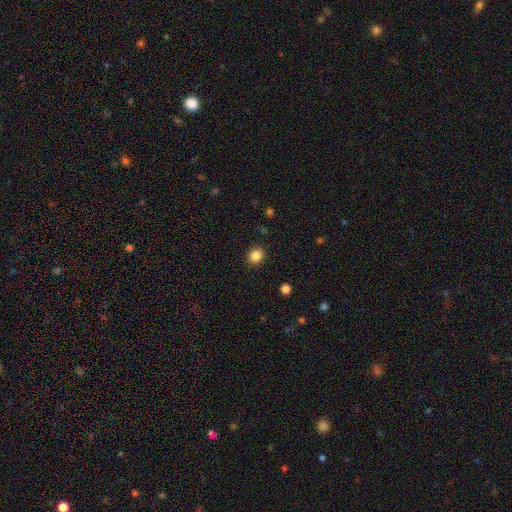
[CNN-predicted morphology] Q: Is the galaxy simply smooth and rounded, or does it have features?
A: smooth — 86%.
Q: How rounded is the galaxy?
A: round — 67%.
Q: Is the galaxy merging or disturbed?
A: none — 89%.